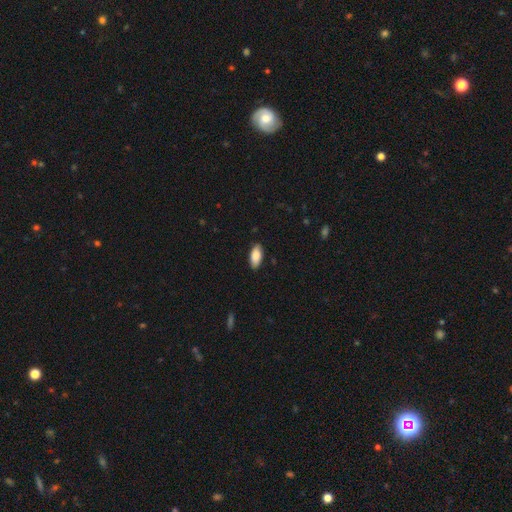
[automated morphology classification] Smooth or featured? Predicted: smooth (p=0.88). How rounded? Predicted: in between (p=0.89). Merging? Predicted: none (p=0.85).